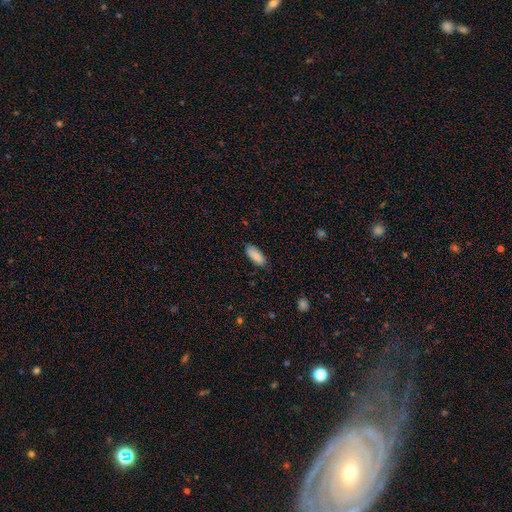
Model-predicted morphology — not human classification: Smooth or featured? Predicted: smooth (p=0.87). How rounded? Predicted: in between (p=0.78). Merging? Predicted: none (p=0.79).